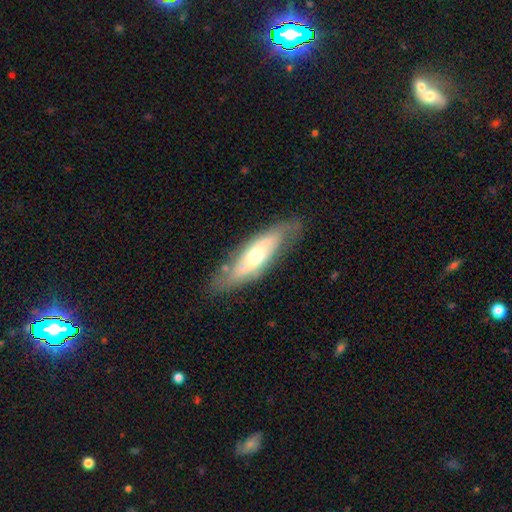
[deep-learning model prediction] smooth-or-featured: featured or disk: 61% | smooth: 33% | star or artifact: 6%
  disk-edge-on: no: 68% | yes: 32%
  merging: none: 77% | minor disturbance: 17% | major disturbance: 5% | merger: 2%